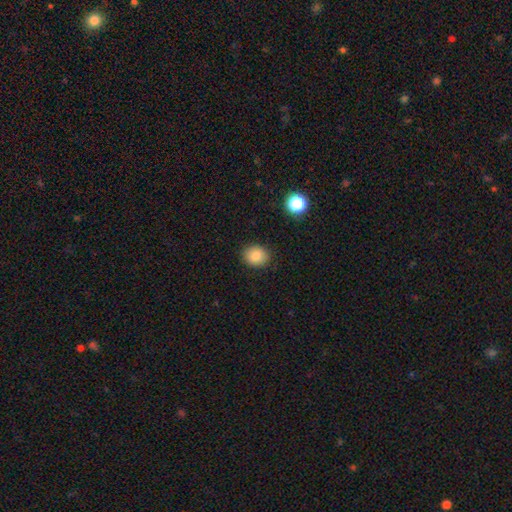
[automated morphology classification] Q: Smooth or featured?
A: smooth (84%); runner-up: star or artifact (10%)
Q: How rounded?
A: round (58%); runner-up: in between (41%)
Q: Merging?
A: none (88%); runner-up: minor disturbance (8%)